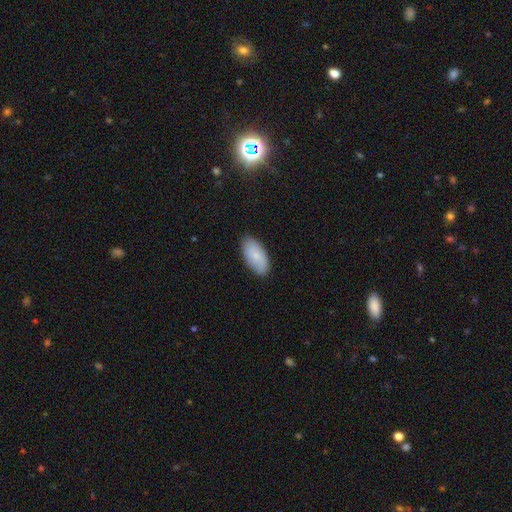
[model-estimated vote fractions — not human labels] Overall: smooth (81%). How rounded: in between (94%). Merging: none (85%).